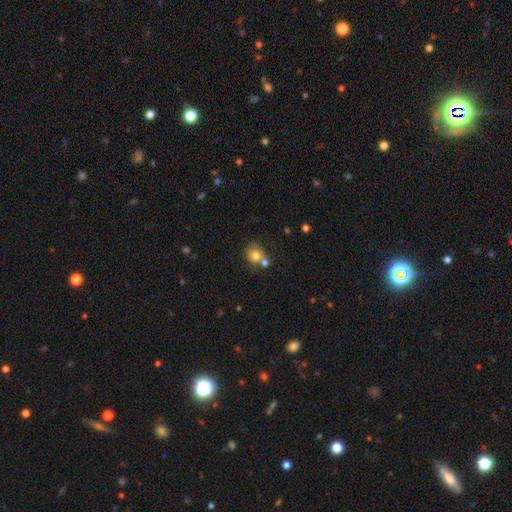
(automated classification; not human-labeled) A smooth galaxy with no disk features (76%) that is round (74%). Merging: none (46%).